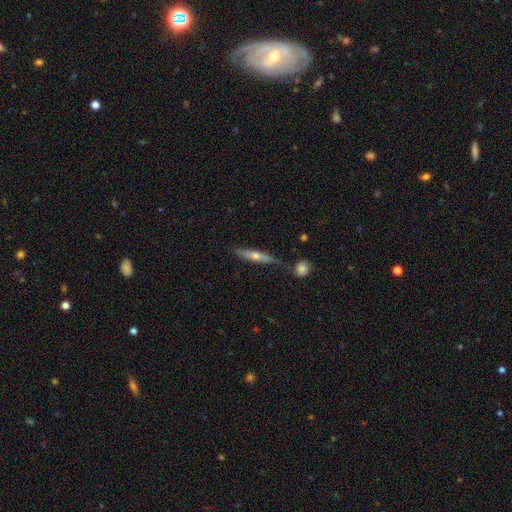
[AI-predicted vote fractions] Q: Smooth or featured?
A: featured or disk (49%); runner-up: smooth (45%)
Q: Merging?
A: none (77%); runner-up: minor disturbance (14%)